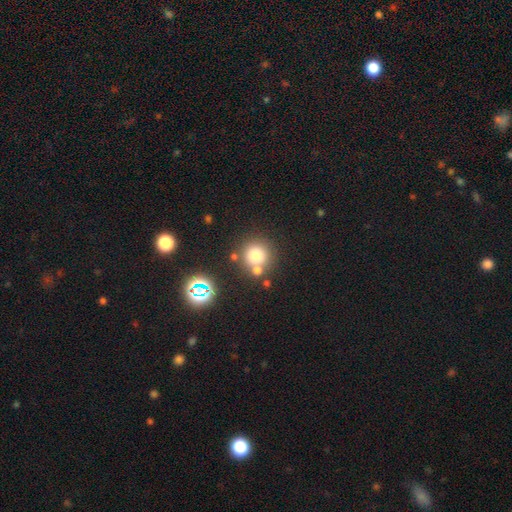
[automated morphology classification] The model was most divided on "merging": none: 68%, merger: 19%, minor disturbance: 9%, major disturbance: 4%. More confident: how rounded — round (93%); smooth or featured — smooth (74%).